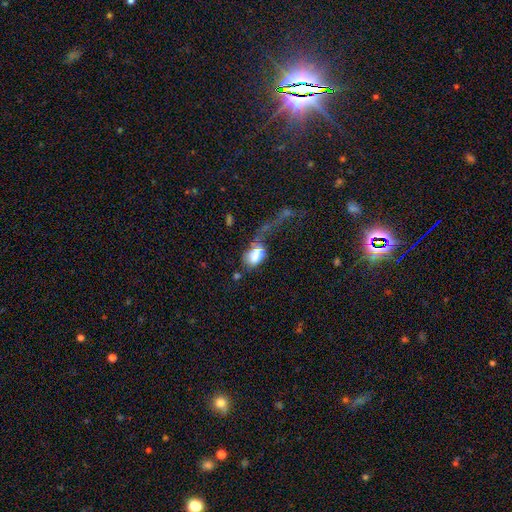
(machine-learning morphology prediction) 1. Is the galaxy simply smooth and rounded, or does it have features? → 69% smooth, 21% featured or disk, 10% star or artifact.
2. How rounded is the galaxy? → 84% in between, 13% round, 3% cigar-shaped.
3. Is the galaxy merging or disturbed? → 50% major disturbance, 20% merger, 16% none, 13% minor disturbance.